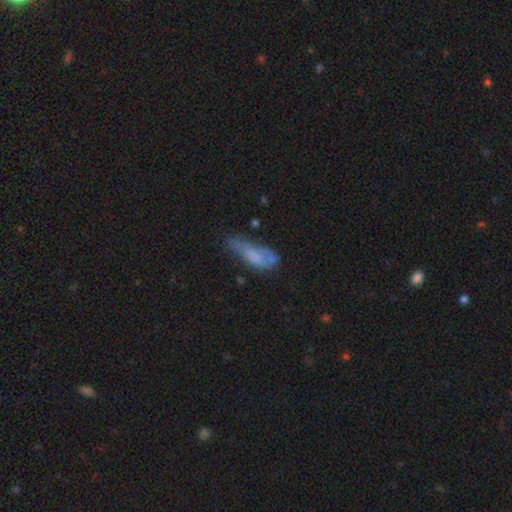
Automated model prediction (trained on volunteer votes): Smooth or featured? smooth (60%)
How rounded? in between (57%)
Merging? minor disturbance (32%)